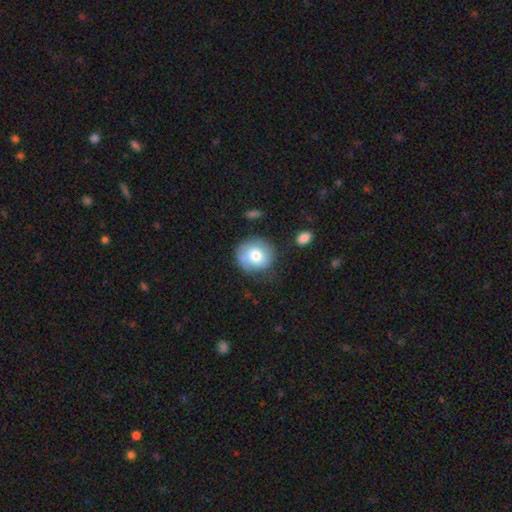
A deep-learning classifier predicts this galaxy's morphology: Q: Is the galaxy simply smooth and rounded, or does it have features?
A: smooth — 69%.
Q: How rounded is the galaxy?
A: round — 87%.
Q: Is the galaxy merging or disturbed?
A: none — 70%.